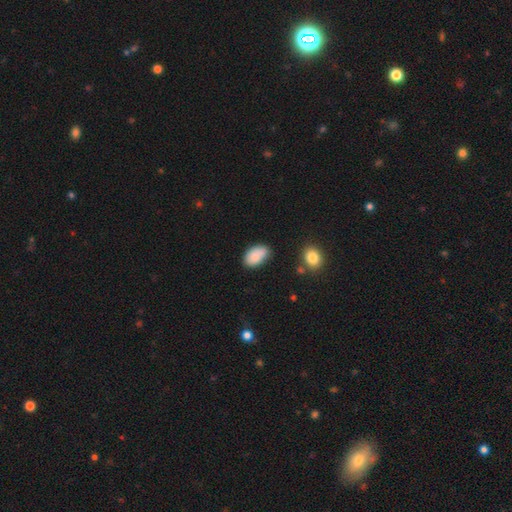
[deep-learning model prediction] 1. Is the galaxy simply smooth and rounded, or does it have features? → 87% smooth, 7% star or artifact, 5% featured or disk.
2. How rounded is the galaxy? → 93% in between, 5% round, 2% cigar-shaped.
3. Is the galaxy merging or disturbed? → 71% none, 21% minor disturbance, 4% merger, 4% major disturbance.